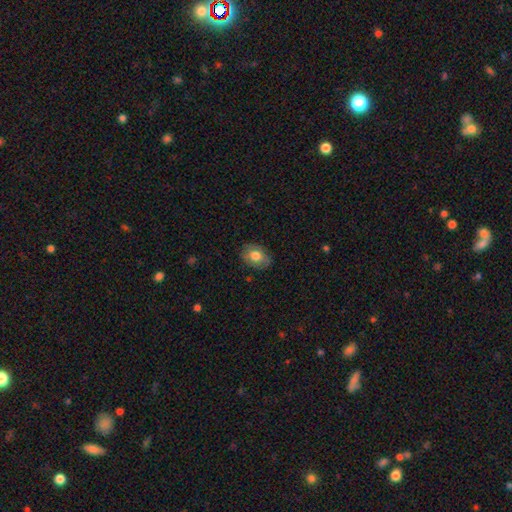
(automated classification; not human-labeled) smooth 75%, featured or disk 17%, star or artifact 8%. Down the decision tree: how rounded — in between (70%); merging — none (82%).